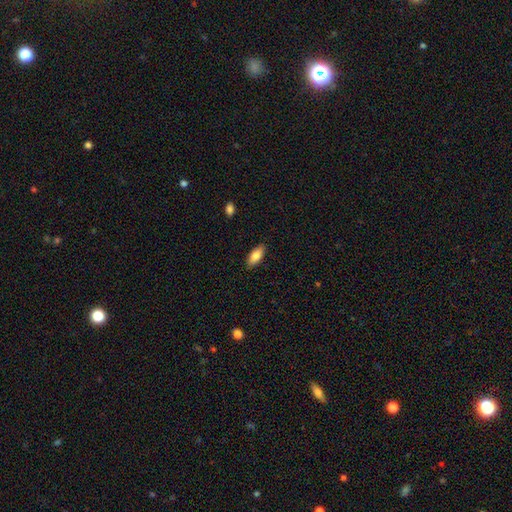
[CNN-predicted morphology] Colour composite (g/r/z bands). It shows a smooth galaxy with no disk features (83%) that is in between round and cigar-shaped (85%). Merging: none (87%).